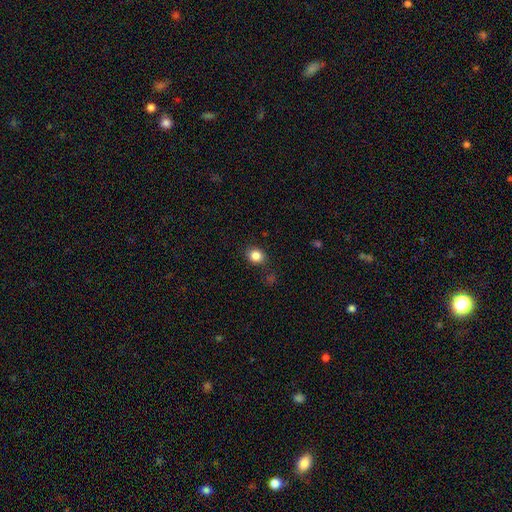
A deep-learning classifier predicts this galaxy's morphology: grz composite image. It shows a smooth galaxy with no disk features (85%) that is round (56%). Merging: none (85%).